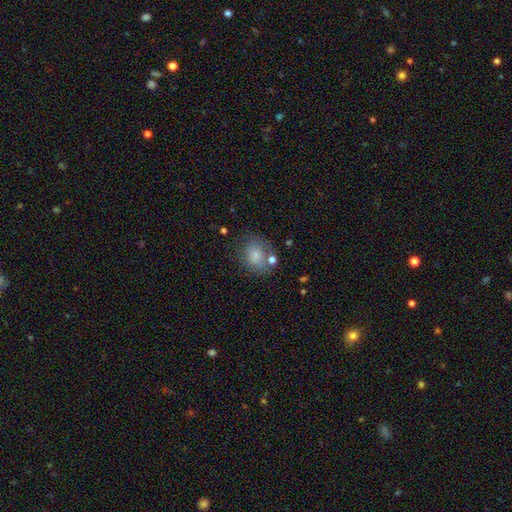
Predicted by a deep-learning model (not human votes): Smooth or featured: smooth — 75% (featured or disk — 15%)
How rounded: round — 53% (in between — 46%)
Merging: none — 58% (minor disturbance — 21%)